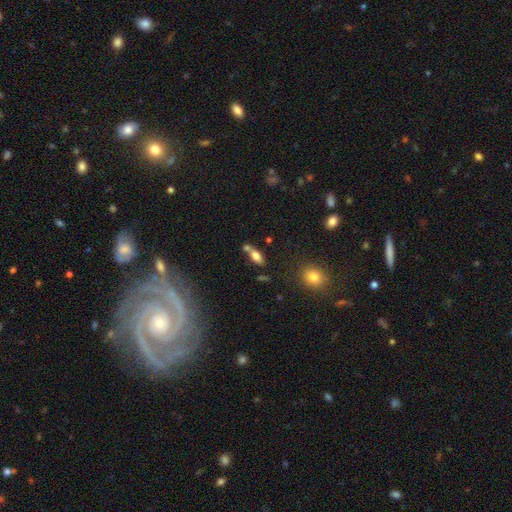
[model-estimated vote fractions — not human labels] A smooth galaxy with no disk features (72%) that is in between round and cigar-shaped (80%). Merging: none (52%).